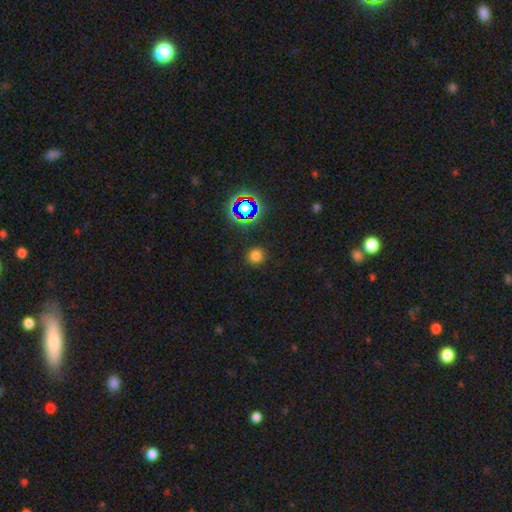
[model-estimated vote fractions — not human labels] Smooth or featured? smooth (73%)
How rounded? round (93%)
Merging? none (89%)